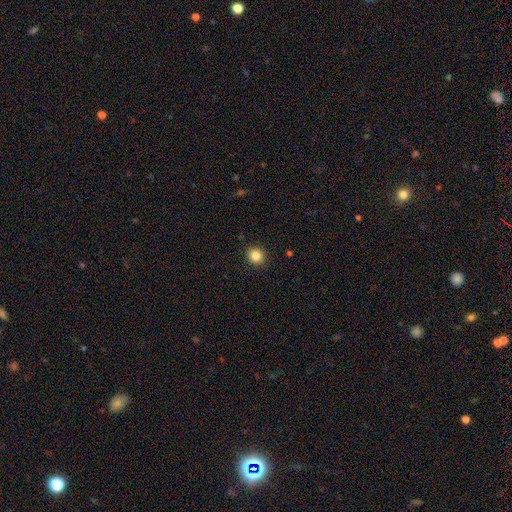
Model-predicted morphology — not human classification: This is clearly a smooth galaxy (85%). How rounded: clearly round (89%). Merging: clearly none (92%).